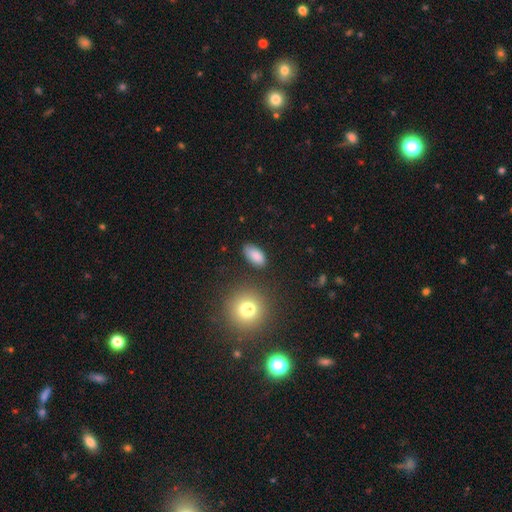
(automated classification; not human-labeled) smooth_or_featured: smooth (p=0.85) [alt: star or artifact p=0.09]
how_rounded: in between (p=0.92) [alt: round p=0.05]
merging: none (p=0.82) [alt: minor disturbance p=0.13]